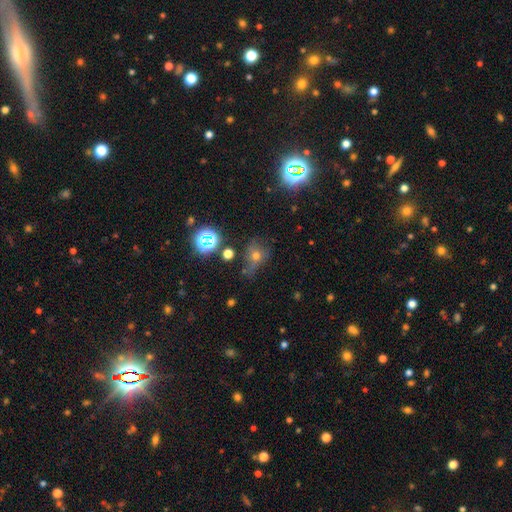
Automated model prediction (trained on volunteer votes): The model was most divided on "smooth or featured": smooth: 48%, star or artifact: 31%, featured or disk: 21%. More confident: merging — none (51%).